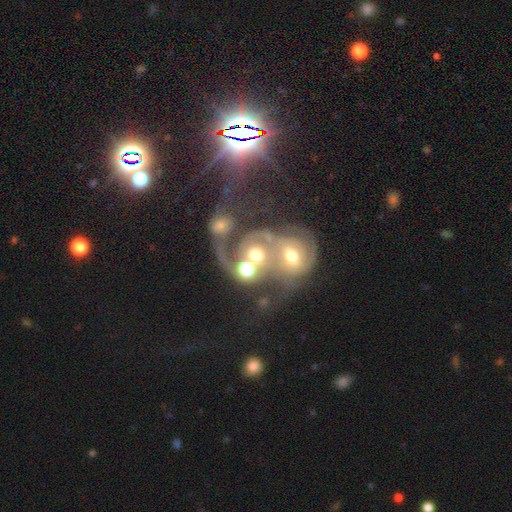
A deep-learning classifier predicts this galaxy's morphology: Smooth or featured? featured or disk (55%)
Edge-on disk? no (97%)
Bar? no (73%)
Spiral arms? yes (74%)
Bulge size? moderate (54%)
Merging? merger (73%)